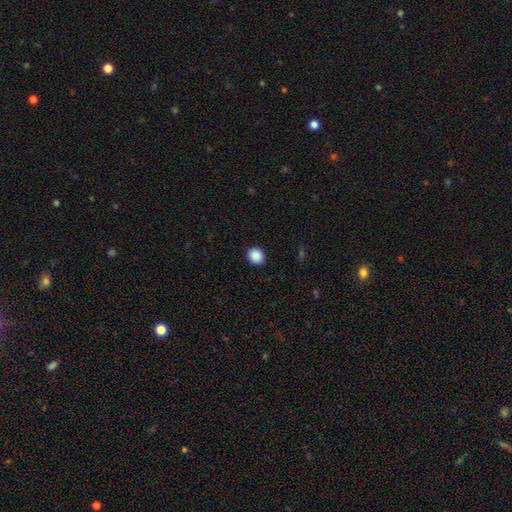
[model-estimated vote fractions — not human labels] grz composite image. It shows a smooth galaxy with no disk features (89%) that is round (68%). Merging: none (92%).